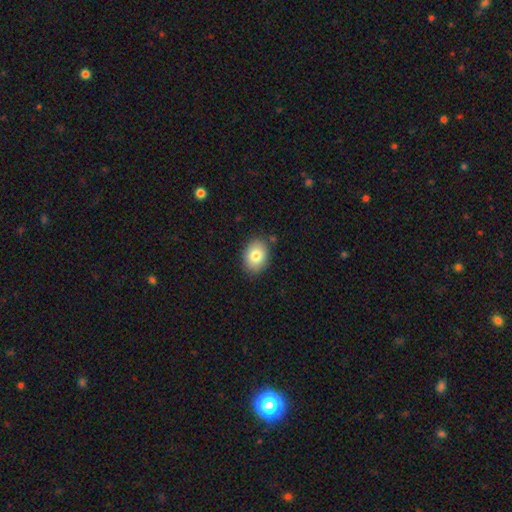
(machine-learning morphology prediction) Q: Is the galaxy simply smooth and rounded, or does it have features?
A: smooth — 81%.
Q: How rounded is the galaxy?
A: in between — 67%.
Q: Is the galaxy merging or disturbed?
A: none — 84%.